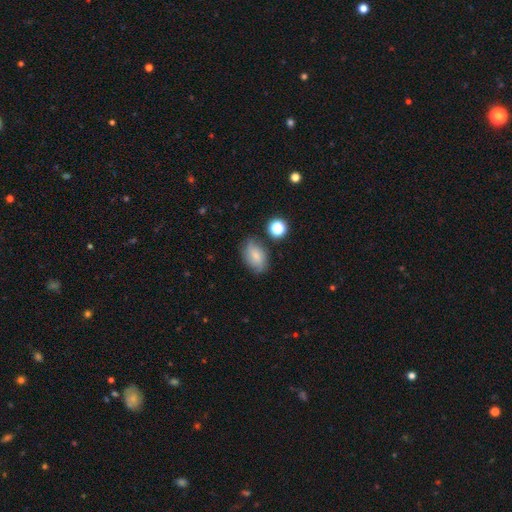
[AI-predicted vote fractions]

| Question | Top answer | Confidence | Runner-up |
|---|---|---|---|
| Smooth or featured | smooth | 67% | featured or disk (22%) |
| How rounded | in between | 82% | round (16%) |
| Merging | none | 69% | minor disturbance (21%) |